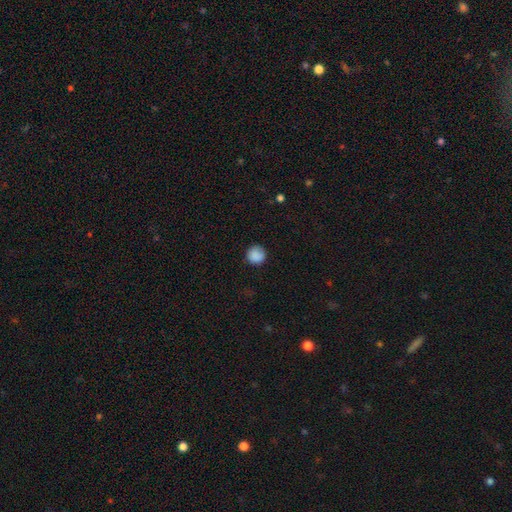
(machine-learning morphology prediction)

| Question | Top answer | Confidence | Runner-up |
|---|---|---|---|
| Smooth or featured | smooth | 88% | star or artifact (9%) |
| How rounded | round | 94% | in between (5%) |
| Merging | none | 85% | minor disturbance (11%) |